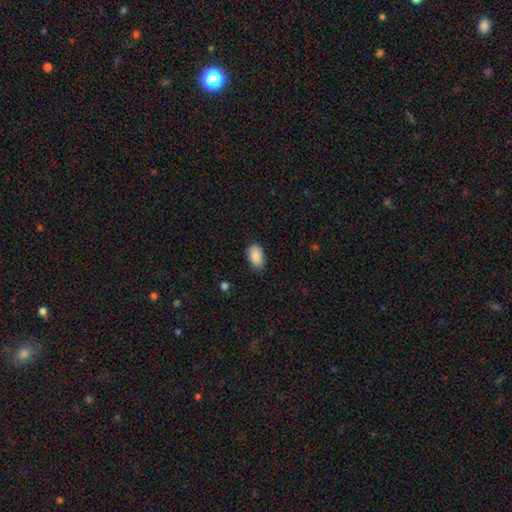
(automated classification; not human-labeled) Smooth or featured? smooth (89%)
How rounded? in between (92%)
Merging? none (83%)